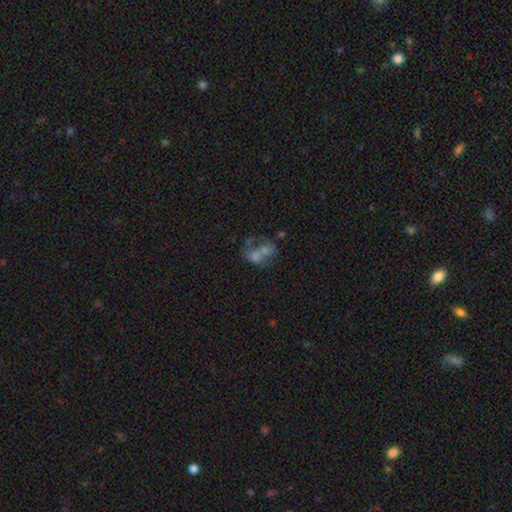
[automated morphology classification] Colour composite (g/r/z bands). It shows a smooth galaxy with no disk features (42%). Merging: merger (51%).